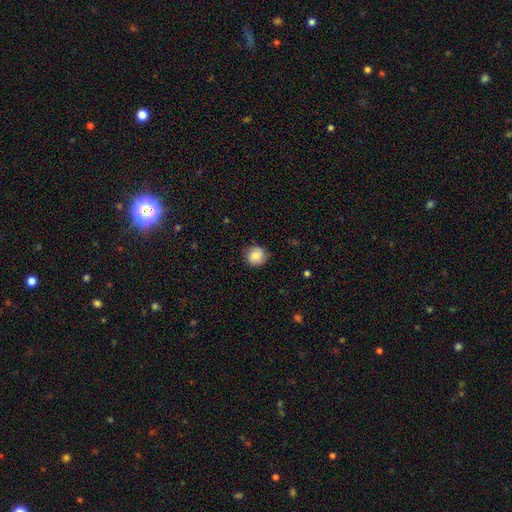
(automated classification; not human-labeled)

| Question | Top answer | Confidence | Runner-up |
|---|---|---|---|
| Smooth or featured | smooth | 81% | featured or disk (11%) |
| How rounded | round | 90% | in between (9%) |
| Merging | none | 84% | minor disturbance (12%) |